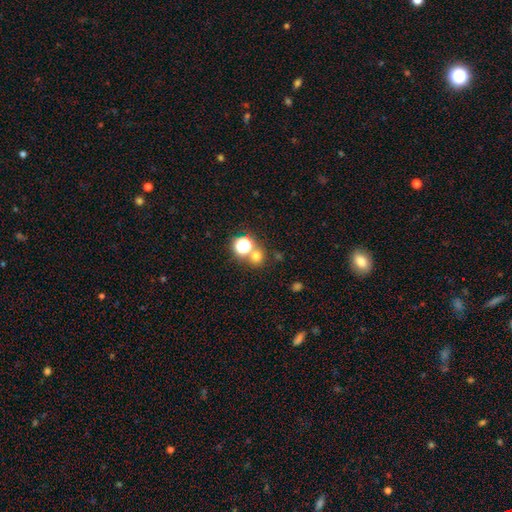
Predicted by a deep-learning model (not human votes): The model was most divided on "smooth or featured": smooth: 66%, star or artifact: 27%, featured or disk: 7%. More confident: how rounded — round (88%); merging — none (65%).